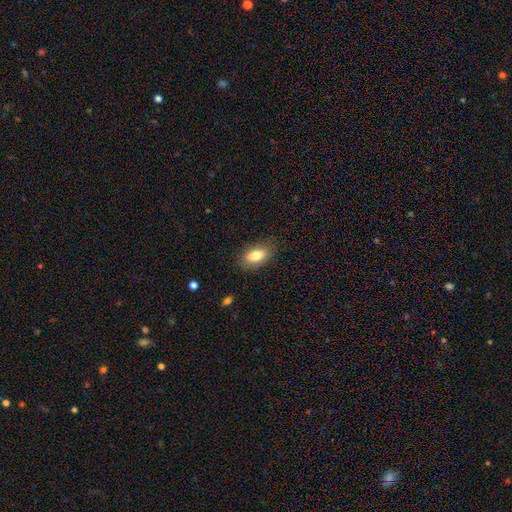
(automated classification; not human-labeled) Smooth or featured: smooth — 81% (featured or disk — 11%)
How rounded: in between — 88% (cigar-shaped — 6%)
Merging: none — 82% (minor disturbance — 13%)